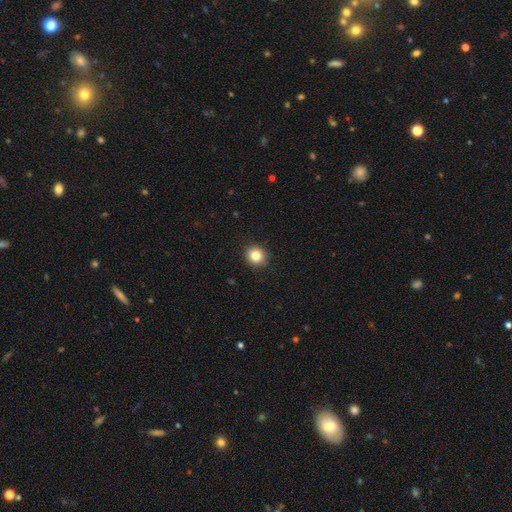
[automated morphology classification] A smooth galaxy with no disk features (84%) that is round (87%).

Vote fractions:
- Smooth or featured? smooth: 84% / star or artifact: 10% / featured or disk: 6%
- How rounded? round: 87% / in between: 12% / cigar-shaped: 1%
- Merging? none: 91% / minor disturbance: 6% / major disturbance: 2% / merger: 1%